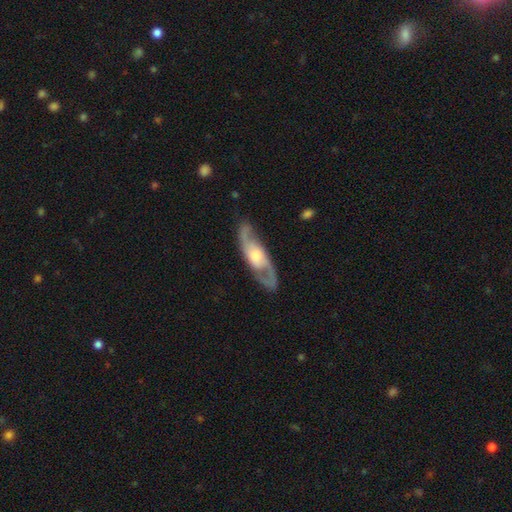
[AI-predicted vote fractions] Smooth or featured? featured or disk (80%)
Edge-on disk? no (82%)
Bar? no (59%)
Spiral arms? yes (90%)
Spiral winding? medium (48%)
Spiral arm count? 2 (89%)
Bulge size? moderate (46%)
Merging? none (79%)